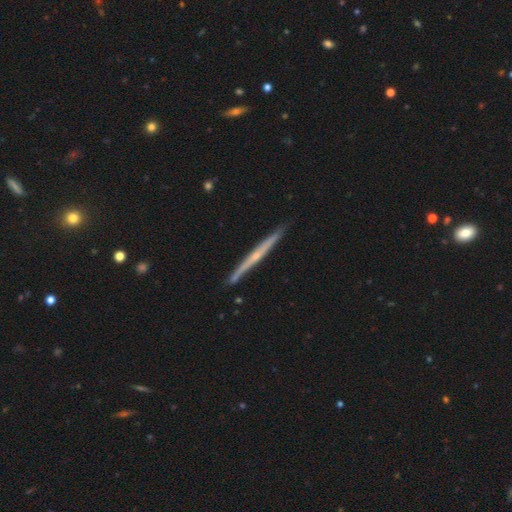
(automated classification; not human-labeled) smooth_or_featured: featured or disk (p=0.72) [alt: smooth p=0.22]
disk_edge_on: yes (p=0.98) [alt: no p=0.02]
edge_on_bulge: rounded (p=0.50) [alt: none p=0.45]
merging: none (p=0.89) [alt: minor disturbance p=0.08]